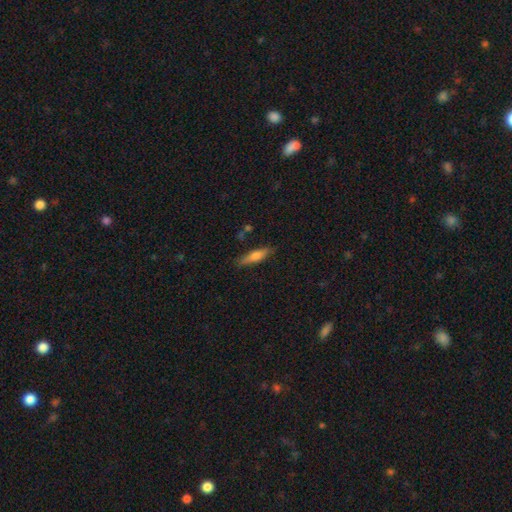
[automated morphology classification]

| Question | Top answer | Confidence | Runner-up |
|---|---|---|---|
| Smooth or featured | smooth | 63% | featured or disk (30%) |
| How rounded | cigar-shaped | 70% | in between (28%) |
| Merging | none | 82% | minor disturbance (13%) |